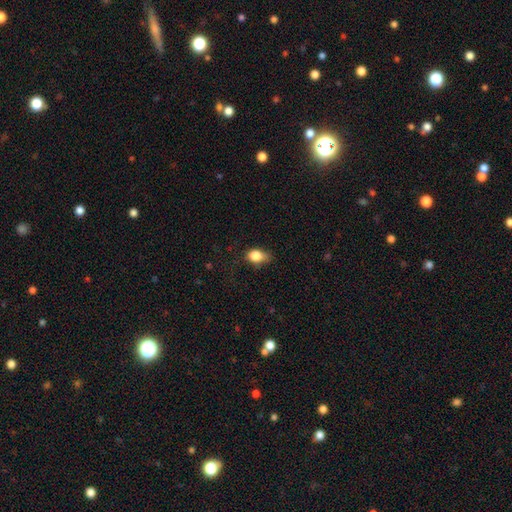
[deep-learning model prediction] smooth 83%, star or artifact 9%, featured or disk 8%. Down the decision tree: how rounded — in between (71%); merging — none (50%).